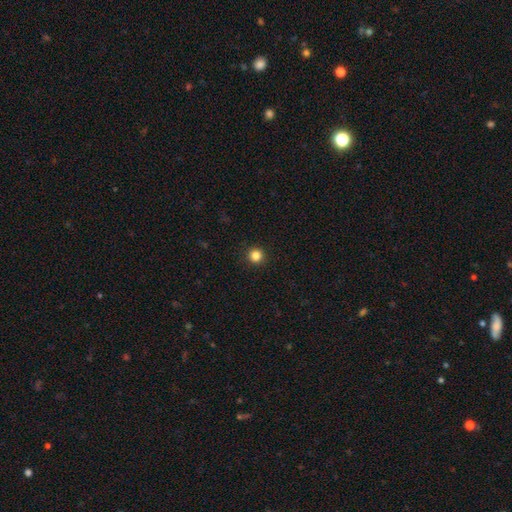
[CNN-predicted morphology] The model was most divided on "smooth or featured": smooth: 84%, star or artifact: 12%, featured or disk: 4%. More confident: how rounded — round (96%); merging — none (93%).